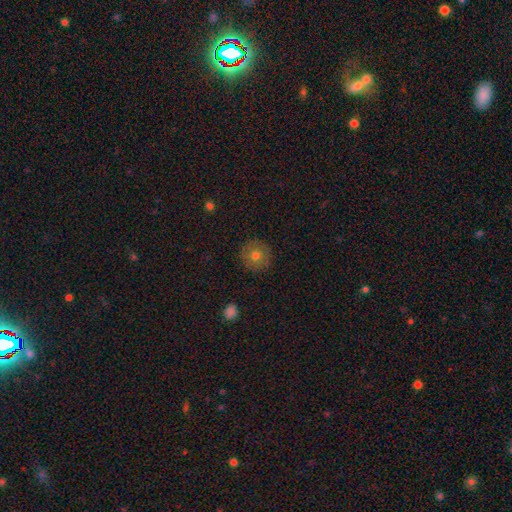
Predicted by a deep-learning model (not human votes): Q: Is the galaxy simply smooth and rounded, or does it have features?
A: smooth — 65%.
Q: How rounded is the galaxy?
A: round — 94%.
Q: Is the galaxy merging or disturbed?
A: none — 88%.